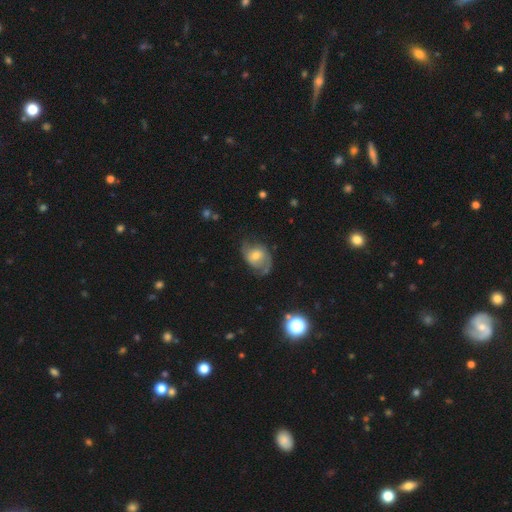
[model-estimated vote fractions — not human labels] This appears to be a featured or disk galaxy (62%) with no bar (54%), 2 (81%) medium (43%) spiral arms (84%) and a moderate central bulge (49%). Merging: none (56%).